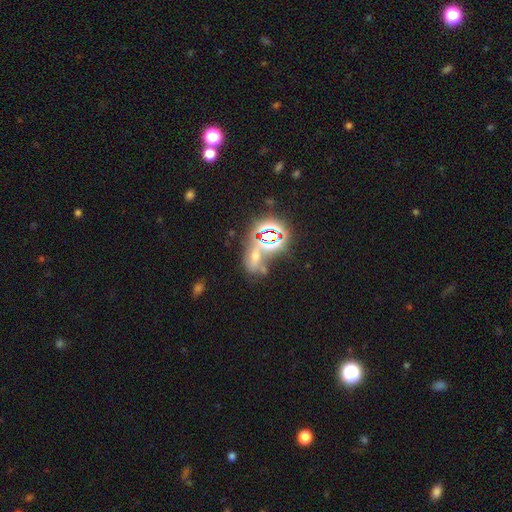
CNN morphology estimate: star or artifact 60%, smooth 22%, featured or disk 18%.